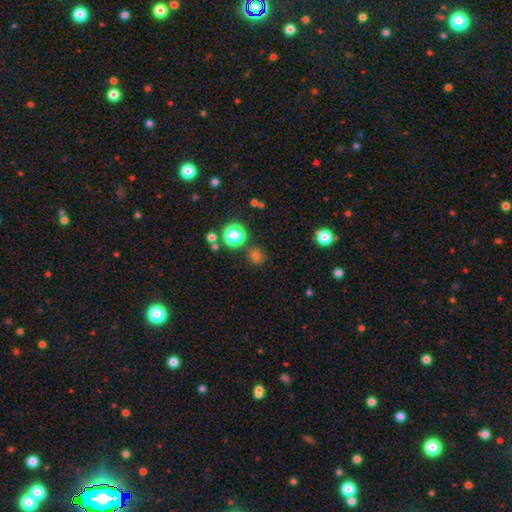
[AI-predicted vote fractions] This is likely a smooth galaxy (69%). How rounded: clearly round (90%). Merging: clearly none (84%).